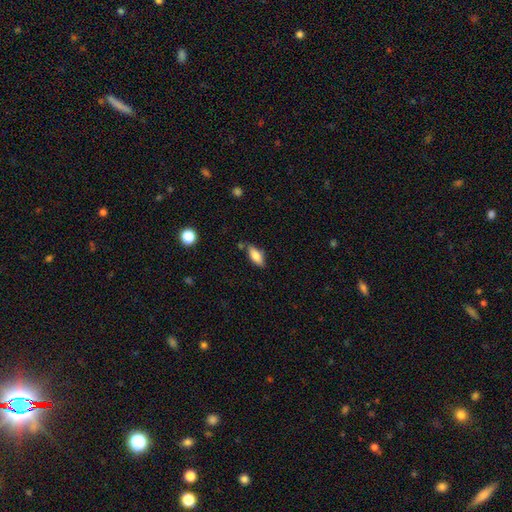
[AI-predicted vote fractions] This is likely a smooth galaxy (78%). How rounded: likely in between (77%). Merging: likely none (76%).